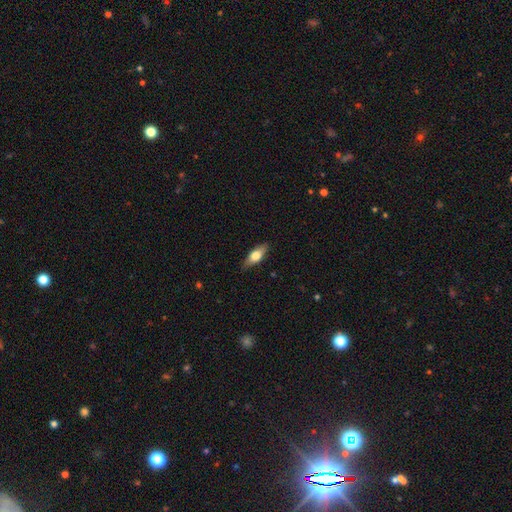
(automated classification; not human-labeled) This appears to be a smooth galaxy with no disk features (61%) that is in between round and cigar-shaped (67%). Merging: none (84%).